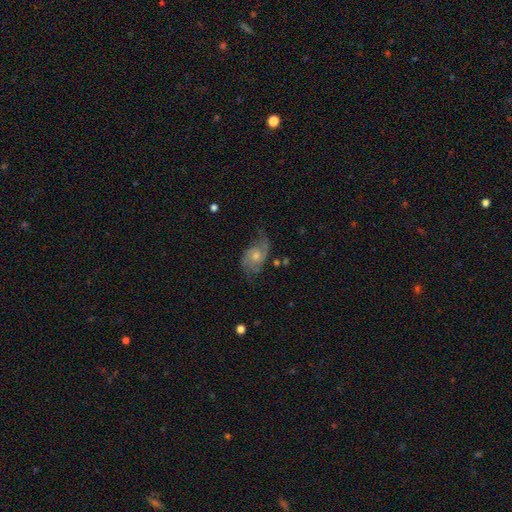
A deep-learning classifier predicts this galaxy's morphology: Smooth or featured?
  - featured or disk: 74% *
  - smooth: 16%
  - star or artifact: 10%
Edge-on disk?
  - no: 96% *
  - yes: 4%
Bar?
  - no: 71% *
  - weak: 25%
  - strong: 4%
Spiral arms?
  - yes: 92% *
  - no: 8%
Spiral winding?
  - medium: 44% *
  - loose: 35%
  - tight: 22%
Spiral arm count?
  - 2: 78% *
  - can't tell: 11%
  - 1: 4%
  - 3: 4%
  - 4: 2%
  - more than 4: 2%
Bulge size?
  - moderate: 55% *
  - small: 37%
  - large: 4%
  - none: 3%
  - dominant: 1%
Merging?
  - none: 64% *
  - minor disturbance: 22%
  - major disturbance: 12%
  - merger: 2%